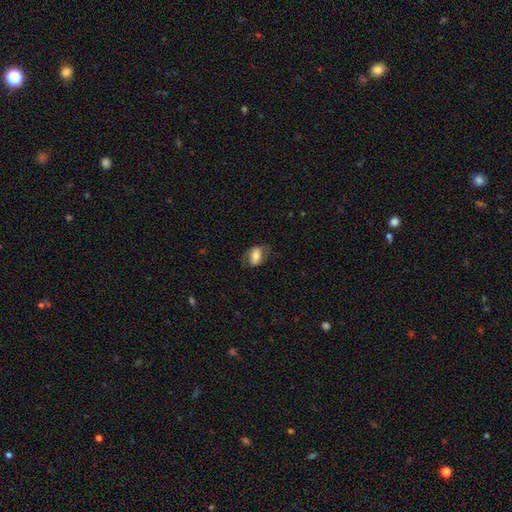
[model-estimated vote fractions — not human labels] Smooth or featured: smooth — 62% (featured or disk — 30%)
How rounded: in between — 83% (round — 15%)
Merging: none — 65% (minor disturbance — 21%)